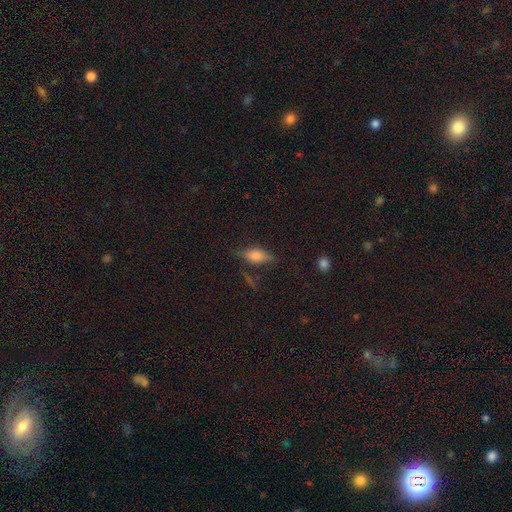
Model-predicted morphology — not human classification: The model was most divided on "smooth or featured": smooth: 56%, featured or disk: 32%, star or artifact: 12%. More confident: merging — none (71%); how rounded — in between (70%).